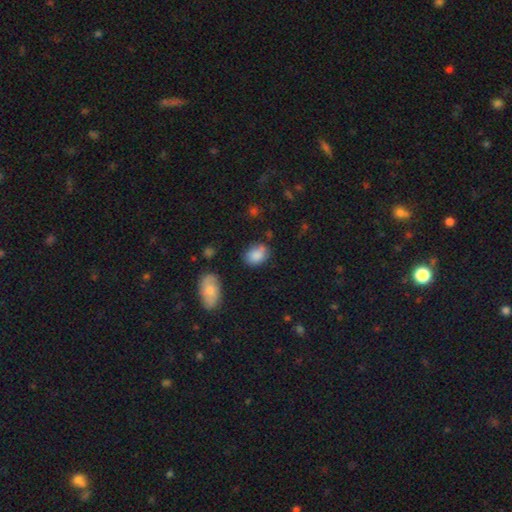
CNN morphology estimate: This is clearly a smooth galaxy (84%). How rounded: likely in between (73%). Merging: likely none (67%).